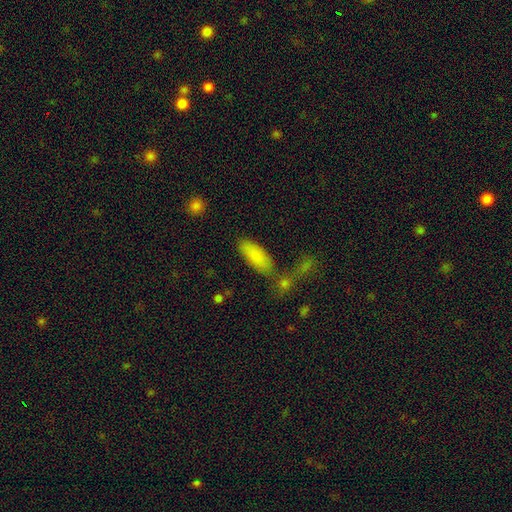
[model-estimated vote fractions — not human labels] smooth_or_featured: smooth (p=0.84) [alt: featured or disk p=0.09]
how_rounded: in between (p=0.78) [alt: cigar-shaped p=0.20]
merging: none (p=0.66) [alt: merger p=0.15]